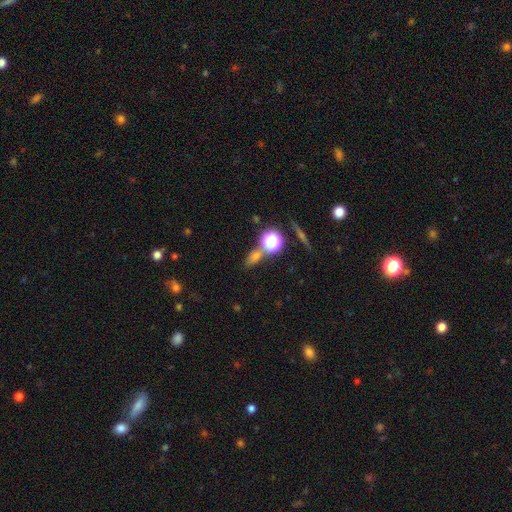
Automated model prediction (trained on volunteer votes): The model was most divided on "smooth or featured": smooth: 51%, star or artifact: 35%, featured or disk: 15%. More confident: merging — none (69%); how rounded — in between (54%).